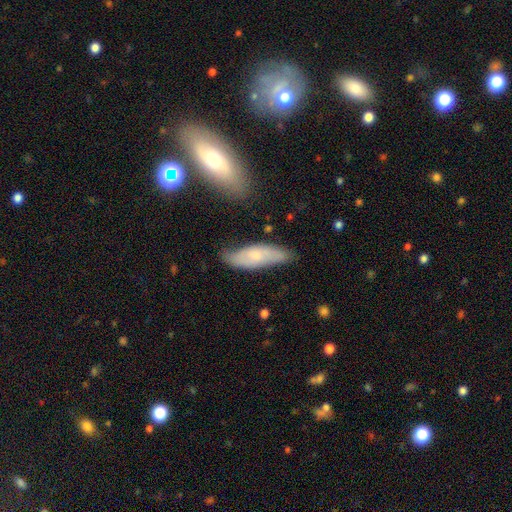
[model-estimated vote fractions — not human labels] smooth_or_featured: smooth (p=0.57) [alt: featured or disk p=0.36]
how_rounded: in between (p=0.58) [alt: cigar-shaped p=0.40]
merging: none (p=0.70) [alt: minor disturbance p=0.22]